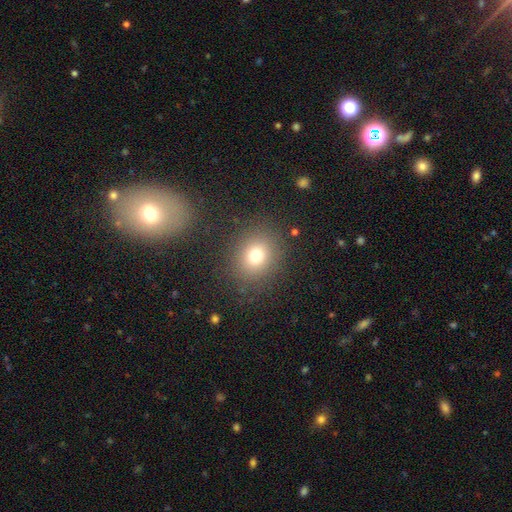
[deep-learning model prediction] This is likely a smooth galaxy (75%). How rounded: likely round (73%). Merging: clearly none (86%).